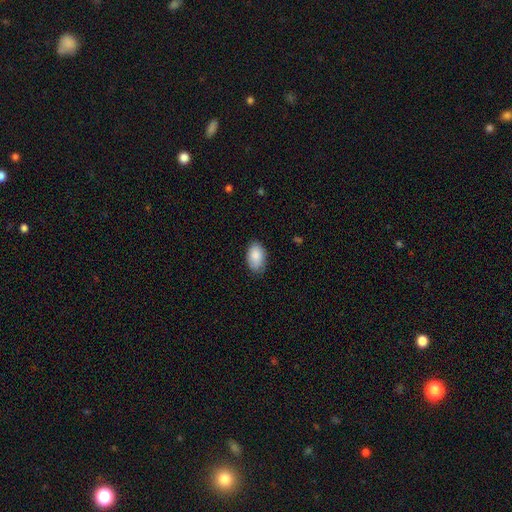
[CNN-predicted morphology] type=smooth (88%); roundness=in between (92%); merging=none (80%).